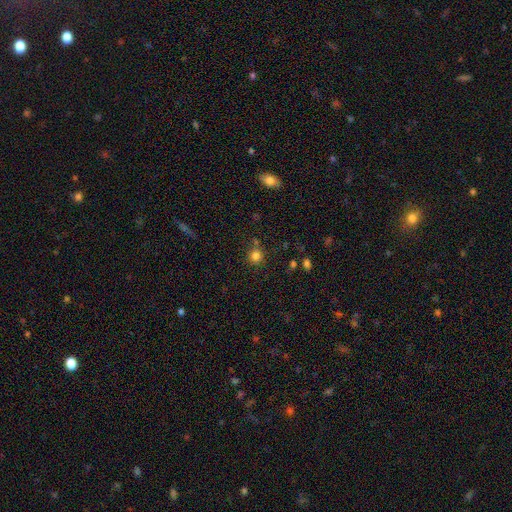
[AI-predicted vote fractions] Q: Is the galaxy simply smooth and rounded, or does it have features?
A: smooth — 81%.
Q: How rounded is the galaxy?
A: round — 91%.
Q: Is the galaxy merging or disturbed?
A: none — 78%.